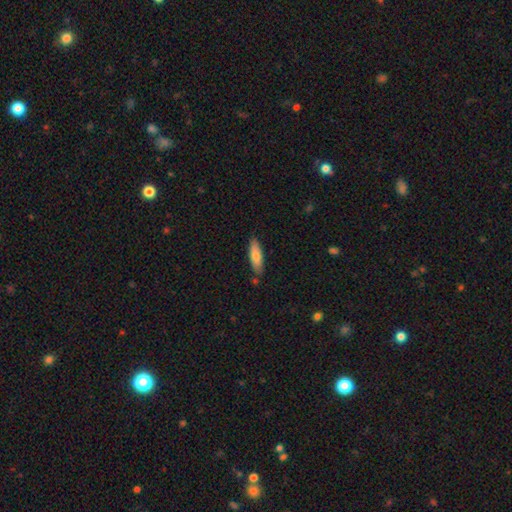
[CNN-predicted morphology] Overall: smooth (76%). How rounded: cigar-shaped (53%; in between 46%). Merging: none (81%).